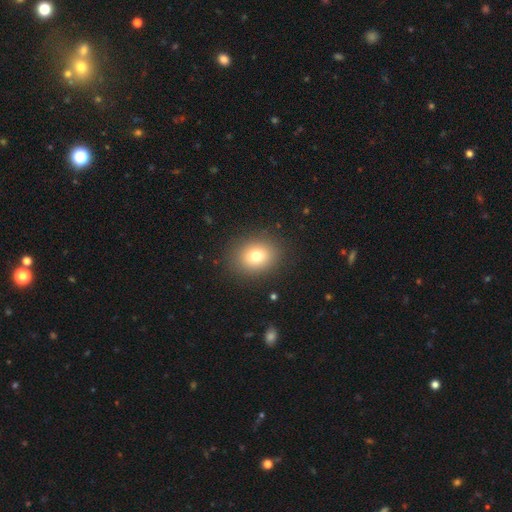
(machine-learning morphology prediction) smooth 77%, star or artifact 12%, featured or disk 10%. Down the decision tree: how rounded — round (57%); merging — none (88%).